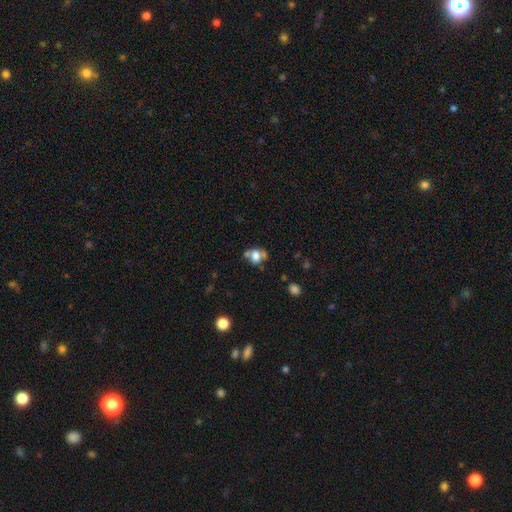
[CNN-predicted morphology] Smooth or featured?
  - smooth: 63% *
  - featured or disk: 23%
  - star or artifact: 14%
How rounded?
  - in between: 55% *
  - round: 43%
  - cigar-shaped: 2%
Merging?
  - none: 43% *
  - merger: 27%
  - minor disturbance: 19%
  - major disturbance: 11%